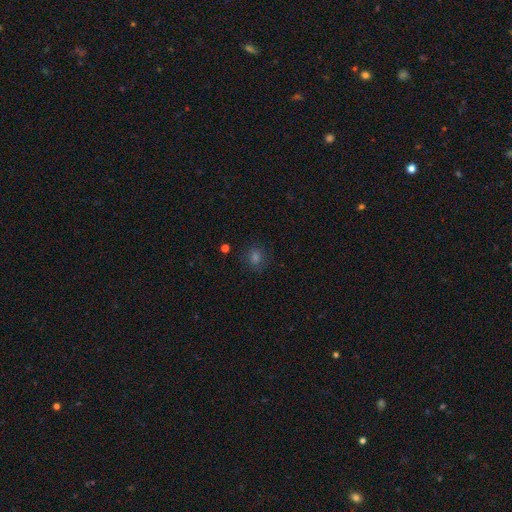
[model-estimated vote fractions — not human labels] This appears to be a smooth galaxy with no disk features (66%) that is round (81%). Merging: none (87%).